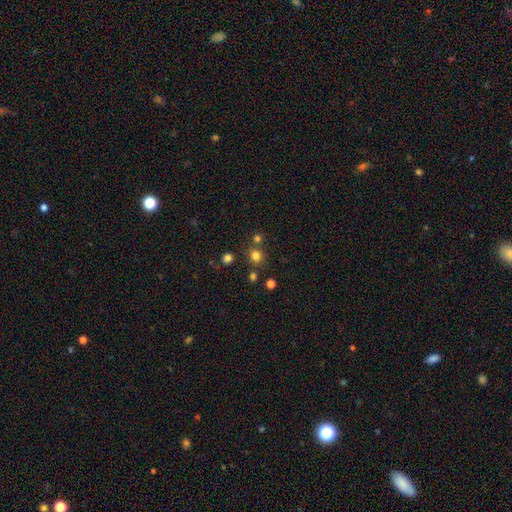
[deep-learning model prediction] A smooth galaxy with no disk features (76%) that is round (87%).

Vote fractions:
- Smooth or featured? smooth: 76% / star or artifact: 19% / featured or disk: 6%
- How rounded? round: 87% / in between: 12% / cigar-shaped: 1%
- Merging? none: 76% / merger: 13% / minor disturbance: 8% / major disturbance: 3%